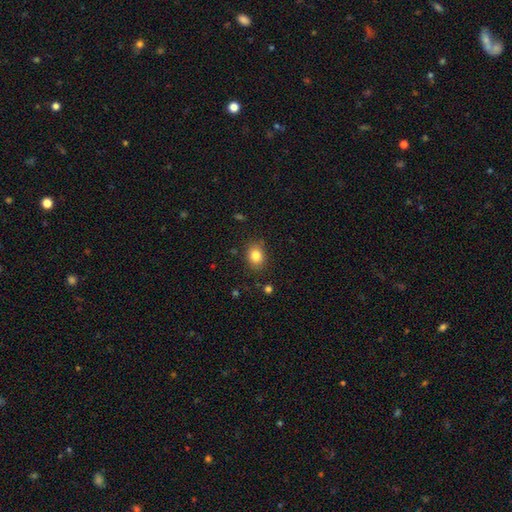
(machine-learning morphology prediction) smooth 83%, star or artifact 10%, featured or disk 7%. Down the decision tree: how rounded — in between (53%); merging — none (85%).